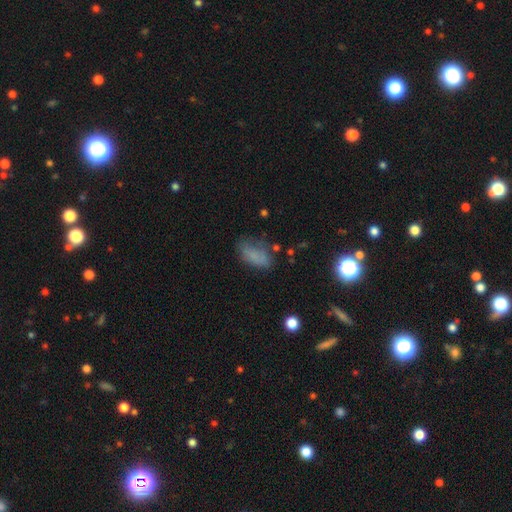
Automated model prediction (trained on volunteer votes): A smooth galaxy with no disk features (73%) that is in between round and cigar-shaped (88%). Merging: none (54%).